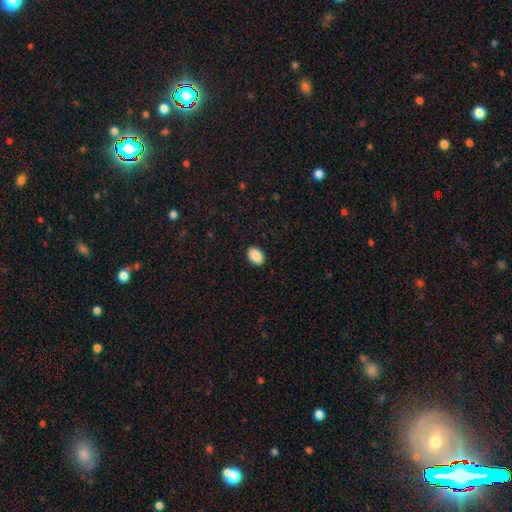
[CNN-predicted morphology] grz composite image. It shows a smooth galaxy with no disk features (90%) that is in between round and cigar-shaped (85%). Merging: none (91%).